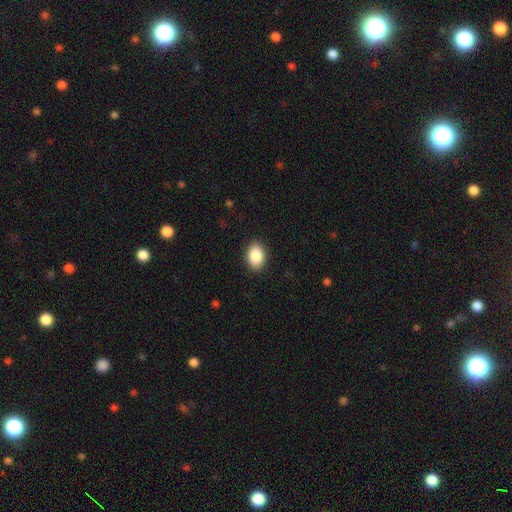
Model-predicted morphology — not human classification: Smooth or featured? smooth (88%)
How rounded? in between (84%)
Merging? none (89%)